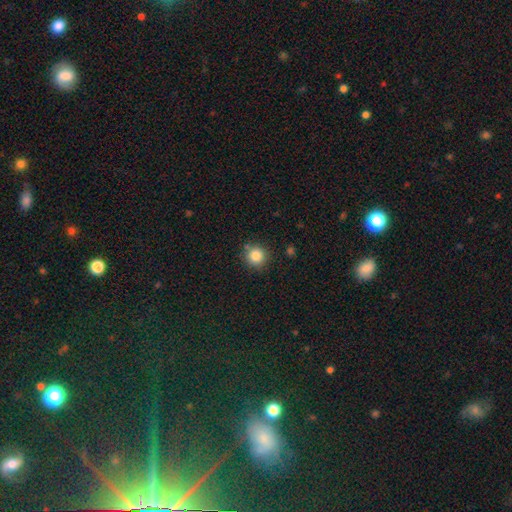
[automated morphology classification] This appears to be a smooth galaxy with no disk features (85%) that is round (94%). Merging: none (85%).